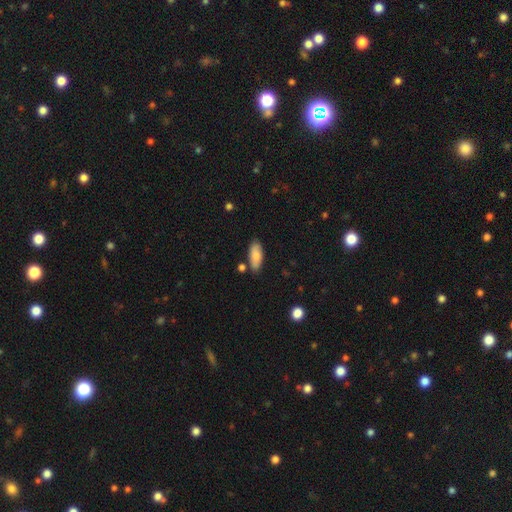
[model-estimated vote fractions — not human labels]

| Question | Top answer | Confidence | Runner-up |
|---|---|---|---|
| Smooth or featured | smooth | 83% | featured or disk (11%) |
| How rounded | in between | 82% | cigar-shaped (16%) |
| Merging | none | 80% | minor disturbance (13%) |